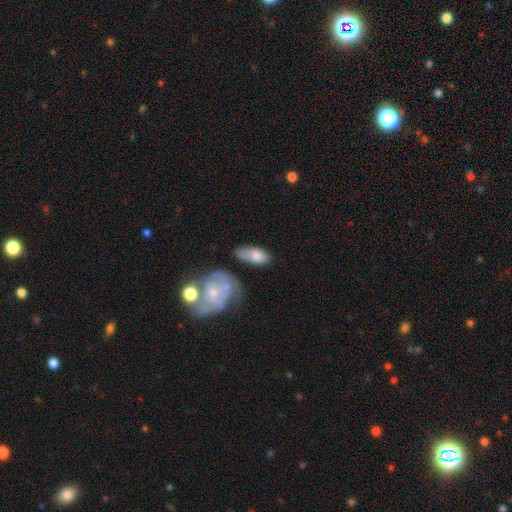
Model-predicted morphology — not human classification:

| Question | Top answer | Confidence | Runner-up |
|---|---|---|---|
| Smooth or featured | smooth | 76% | featured or disk (18%) |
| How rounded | in between | 87% | cigar-shaped (9%) |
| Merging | none | 42% | minor disturbance (29%) |